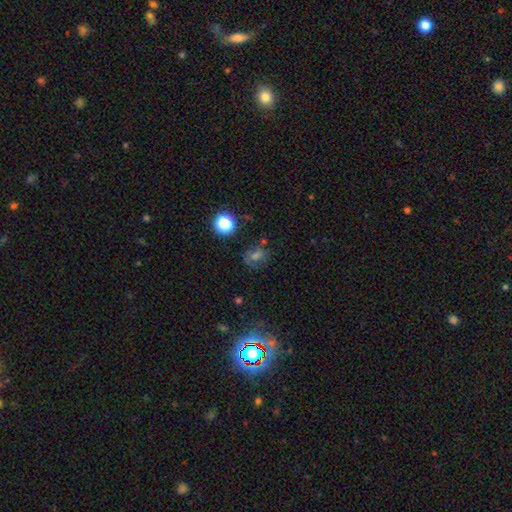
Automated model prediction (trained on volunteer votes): Overall: smooth (47%; star or artifact 37%). Merging: none (70%).